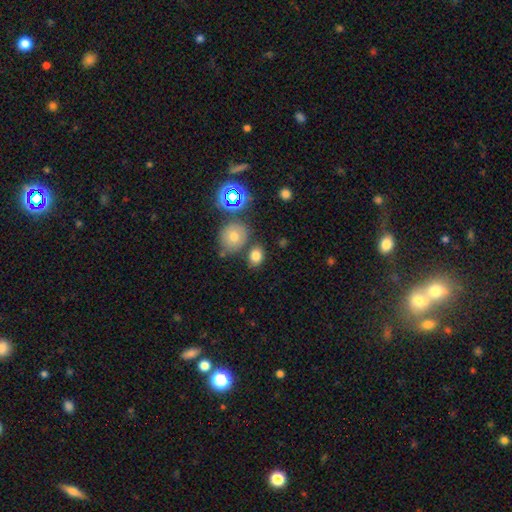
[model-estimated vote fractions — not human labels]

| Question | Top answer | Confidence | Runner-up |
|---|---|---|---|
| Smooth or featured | smooth | 77% | star or artifact (15%) |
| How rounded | in between | 55% | round (44%) |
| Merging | none | 71% | merger (13%) |